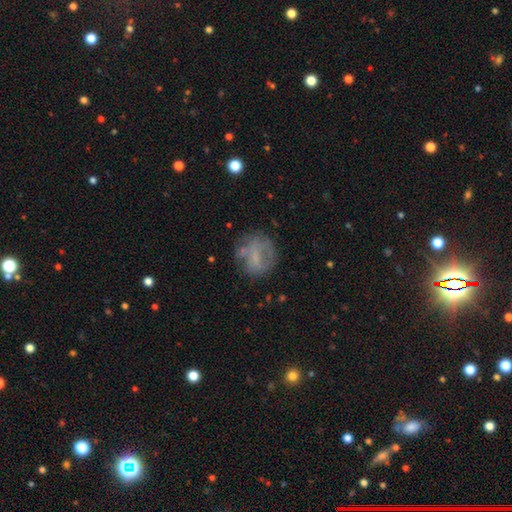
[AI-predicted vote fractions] The model was most divided on "smooth or featured": featured or disk: 44%, smooth: 43%, star or artifact: 12%. More confident: merging — none (59%).